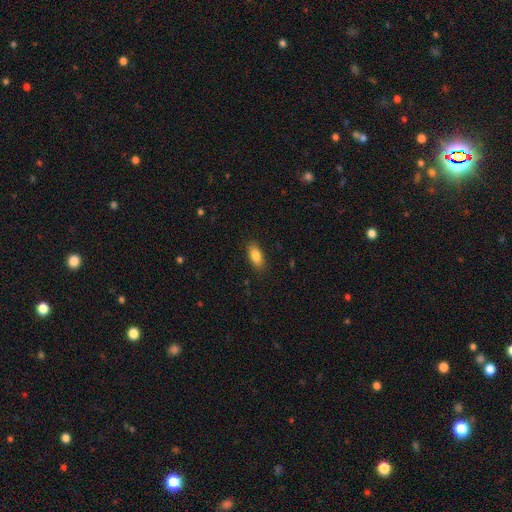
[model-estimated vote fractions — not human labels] This appears to be a smooth galaxy with no disk features (86%) that is in between round and cigar-shaped (86%). Merging: none (87%).